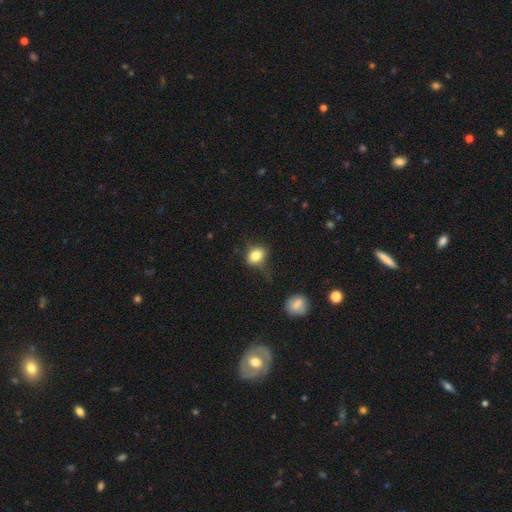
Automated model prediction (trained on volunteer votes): Smooth or featured: smooth — 82% (star or artifact — 10%)
How rounded: in between — 51% (round — 48%)
Merging: none — 61% (minor disturbance — 26%)